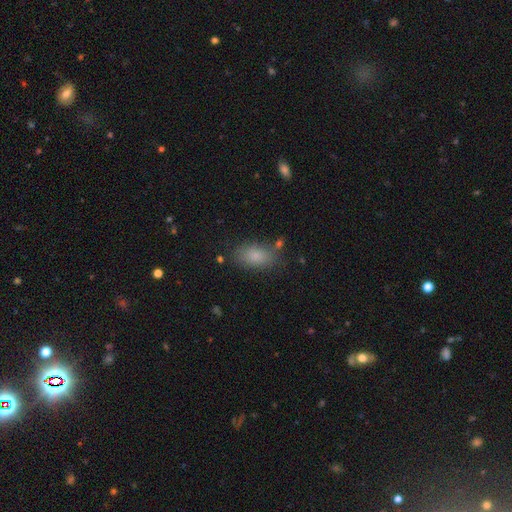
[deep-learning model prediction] Smooth or featured? Predicted: smooth (p=0.82). How rounded? Predicted: in between (p=0.90). Merging? Predicted: none (p=0.76).